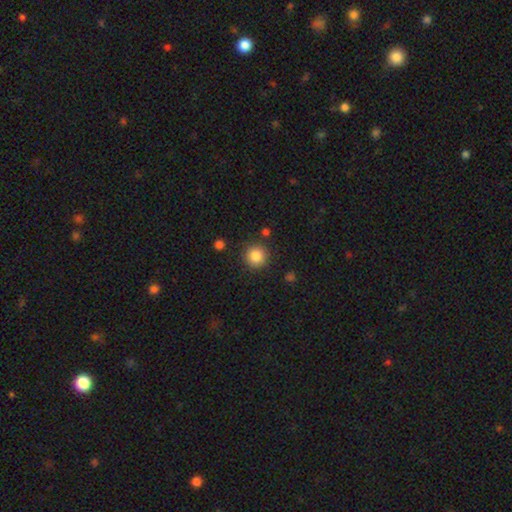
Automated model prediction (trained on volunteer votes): A smooth galaxy with no disk features (85%) that is round (94%). Merging: none (88%).